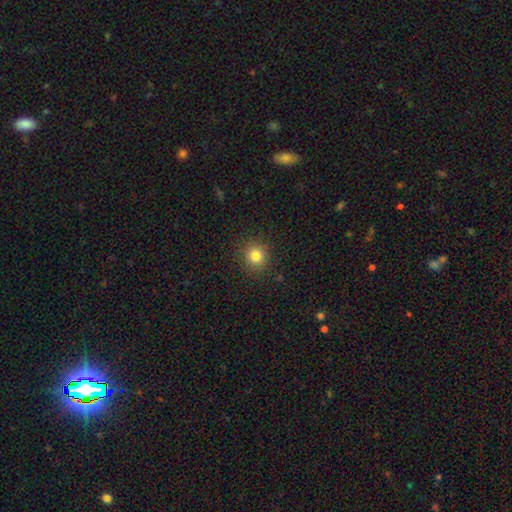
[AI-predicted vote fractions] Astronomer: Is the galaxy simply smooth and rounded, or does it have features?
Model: smooth — 81%.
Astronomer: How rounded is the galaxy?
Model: round — 92%.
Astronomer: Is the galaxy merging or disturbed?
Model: none — 91%.